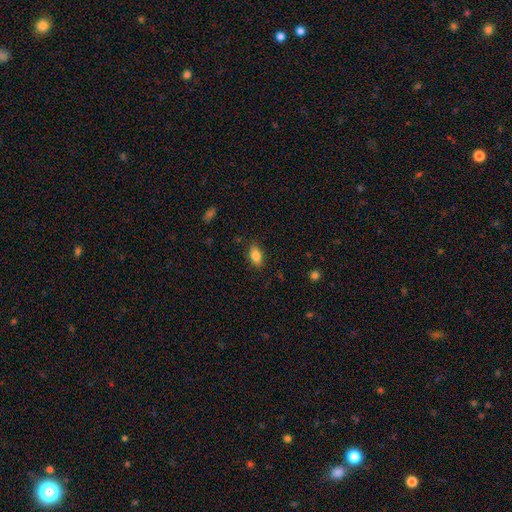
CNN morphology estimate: This appears to be a smooth galaxy with no disk features (82%) that is in between round and cigar-shaped (86%). Merging: none (84%).